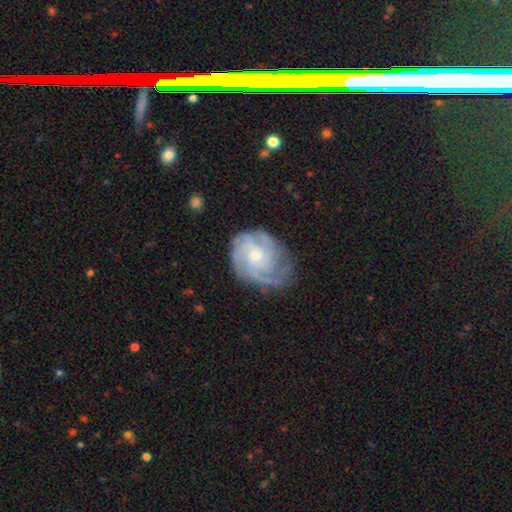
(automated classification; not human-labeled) The model was most divided on "spiral arm count": can't tell: 27%, 4: 26%, 3: 23%, 2: 10%, more than 4: 9%, 1: 6%. More confident: edge-on disk — no (97%); spiral arms — yes (96%); smooth or featured — featured or disk (84%); bar — no (74%); merging — none (71%); spiral winding — tight (61%); bulge size — small (53%).